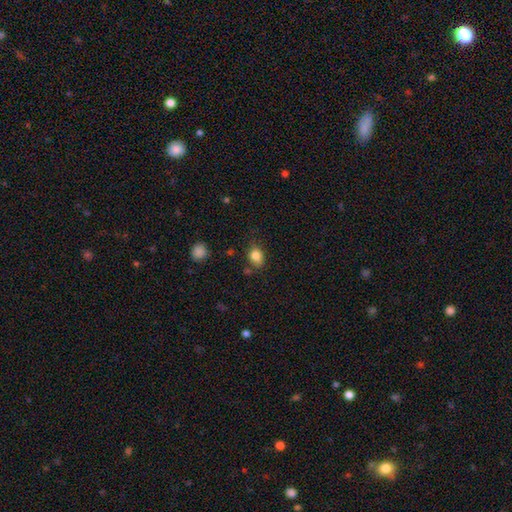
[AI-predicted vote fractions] Smooth or featured: smooth — 83% (star or artifact — 10%)
How rounded: in between — 61% (round — 37%)
Merging: none — 71% (minor disturbance — 20%)